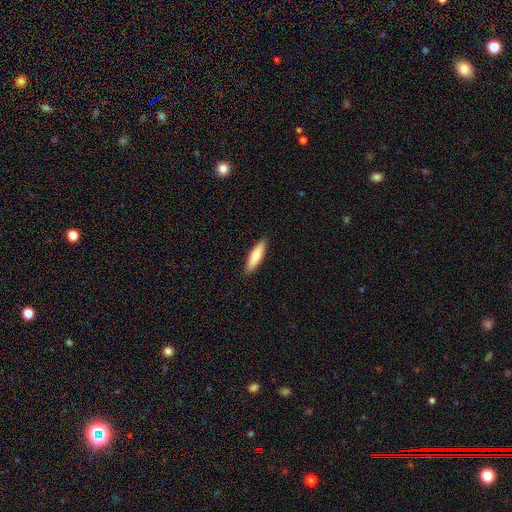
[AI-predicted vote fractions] Smooth or featured? Predicted: smooth (p=0.74). How rounded? Predicted: cigar-shaped (p=0.68). Merging? Predicted: none (p=0.90).